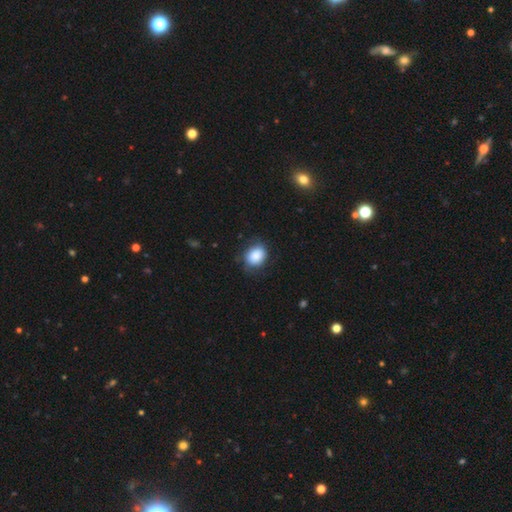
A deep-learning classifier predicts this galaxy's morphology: smooth-or-featured: smooth: 85% | star or artifact: 7% | featured or disk: 7%
  how-rounded: round: 54% | in between: 45% | cigar-shaped: 1%
  merging: none: 70% | minor disturbance: 22% | major disturbance: 7% | merger: 1%